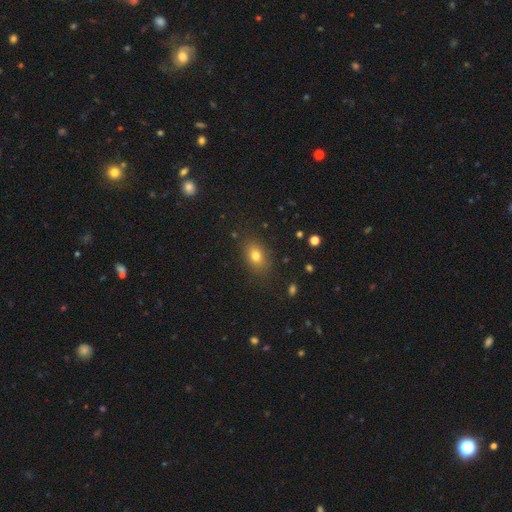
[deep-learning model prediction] A smooth galaxy with no disk features (77%) that is in between round and cigar-shaped (75%).

Vote fractions:
- Smooth or featured? smooth: 77% / star or artifact: 13% / featured or disk: 10%
- How rounded? in between: 75% / round: 23% / cigar-shaped: 2%
- Merging? none: 84% / minor disturbance: 11% / major disturbance: 3% / merger: 2%